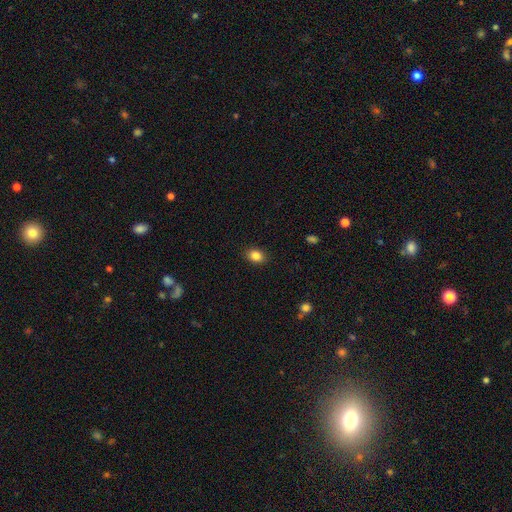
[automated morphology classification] smooth_or_featured: smooth (p=0.86) [alt: star or artifact p=0.09]
how_rounded: in between (p=0.69) [alt: round p=0.30]
merging: none (p=0.89) [alt: minor disturbance p=0.08]